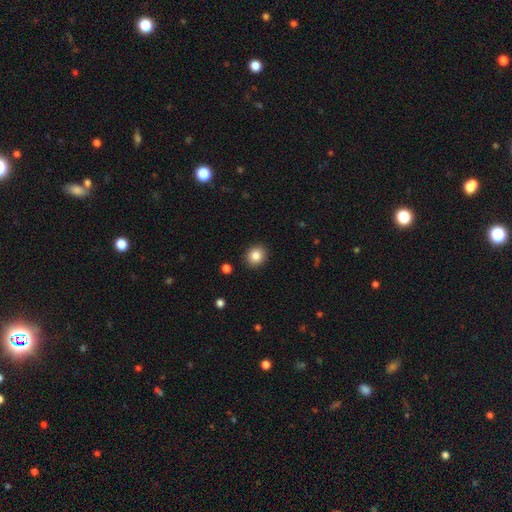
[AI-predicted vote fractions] Smooth or featured? smooth (85%)
How rounded? round (76%)
Merging? none (91%)